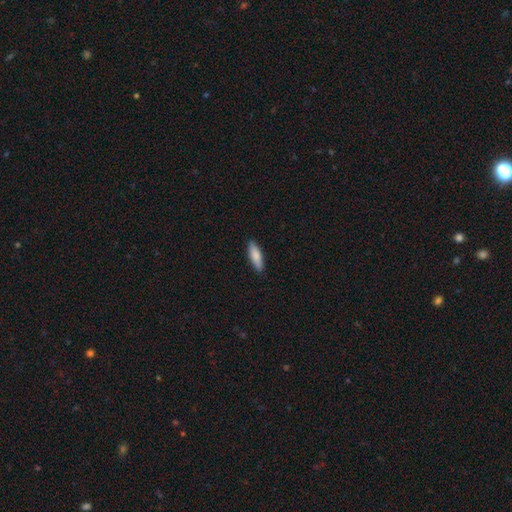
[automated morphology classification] smooth 83%, featured or disk 11%, star or artifact 6%. Down the decision tree: how rounded — cigar-shaped (52%); merging — none (89%).